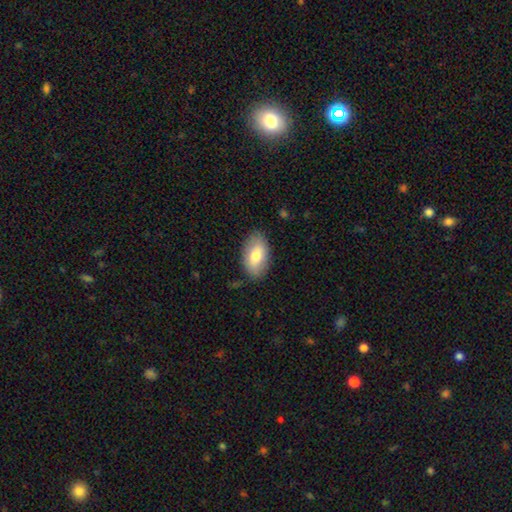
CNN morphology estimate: A smooth galaxy with no disk features (74%) that is in between round and cigar-shaped (93%). Merging: none (84%).